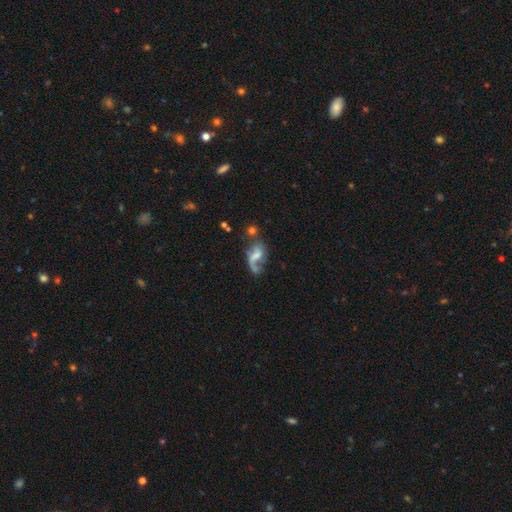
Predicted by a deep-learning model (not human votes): Smooth or featured: featured or disk — 69% (smooth — 22%)
Edge-on disk: no — 96% (yes — 4%)
Bar: weak — 45% (no — 39%)
Spiral arms: yes — 83% (no — 17%)
Spiral winding: loose — 69% (medium — 25%)
Spiral arm count: 2 — 61% (1 — 30%)
Bulge size: small — 34% (moderate — 32%)
Merging: none — 33% (major disturbance — 28%)